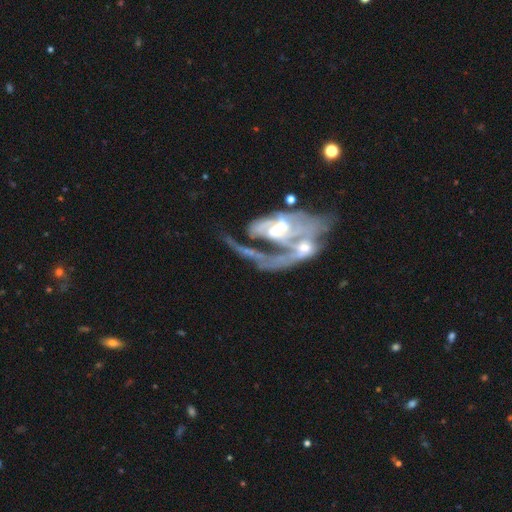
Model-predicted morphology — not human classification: Smooth or featured? featured or disk (79%)
Edge-on disk? no (92%)
Bar? no (58%)
Spiral arms? yes (68%)
Bulge size? moderate (50%)
Merging? merger (66%)